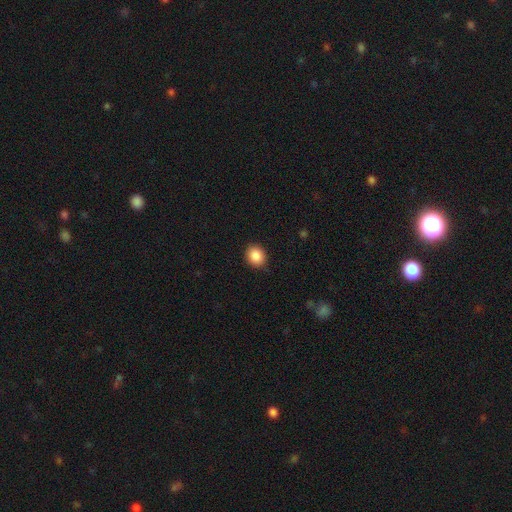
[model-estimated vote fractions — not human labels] Overall: smooth (88%). How rounded: round (71%). Merging: none (86%).